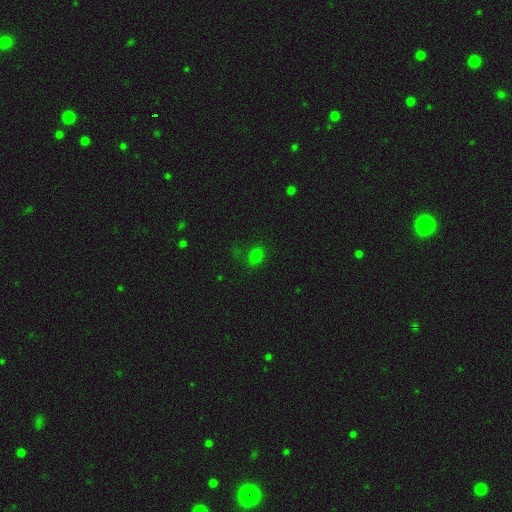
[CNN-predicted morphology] smooth-or-featured: smooth: 73% | star or artifact: 21% | featured or disk: 6%
  how-rounded: in between: 59% | round: 40% | cigar-shaped: 2%
  merging: none: 72% | minor disturbance: 18% | major disturbance: 8% | merger: 3%